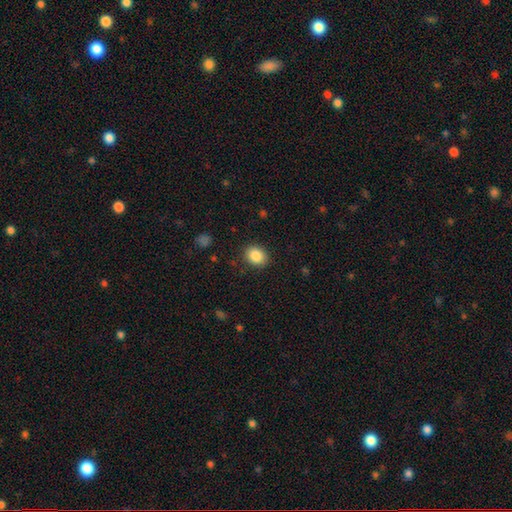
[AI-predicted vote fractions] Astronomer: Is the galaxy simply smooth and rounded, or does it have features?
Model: smooth — 87%.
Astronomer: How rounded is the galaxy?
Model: round — 55% (runner-up: in between, 45%).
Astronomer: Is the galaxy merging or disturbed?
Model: none — 87%.